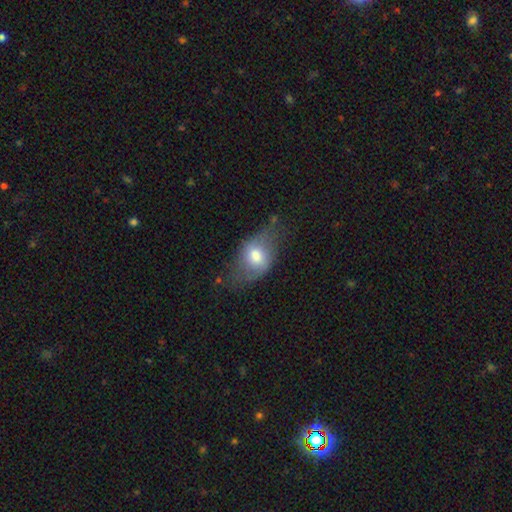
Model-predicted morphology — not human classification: Smooth or featured? Predicted: smooth (p=0.60). How rounded? Predicted: in between (p=0.77). Merging? Predicted: none (p=0.44).